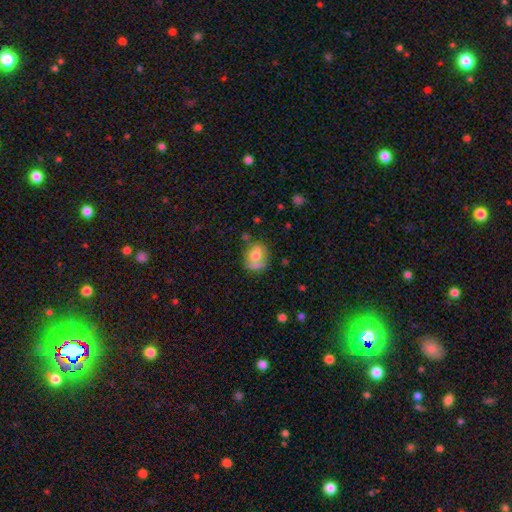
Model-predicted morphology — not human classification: Smooth or featured: smooth — 60% (featured or disk — 31%)
How rounded: round — 55% (in between — 44%)
Merging: none — 48% (minor disturbance — 27%)